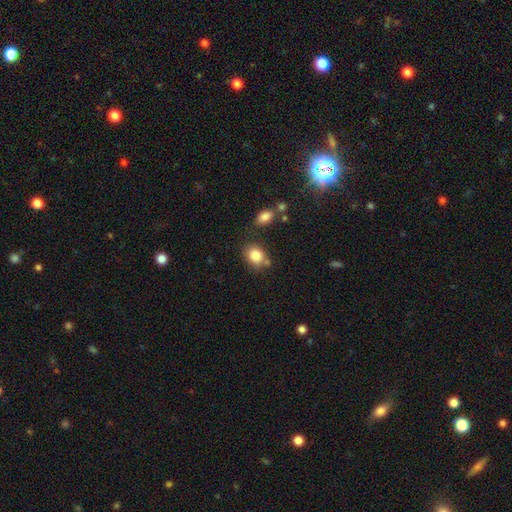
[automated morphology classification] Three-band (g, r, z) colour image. It shows a smooth galaxy with no disk features (84%) that is in between round and cigar-shaped (51%). Merging: none (69%).